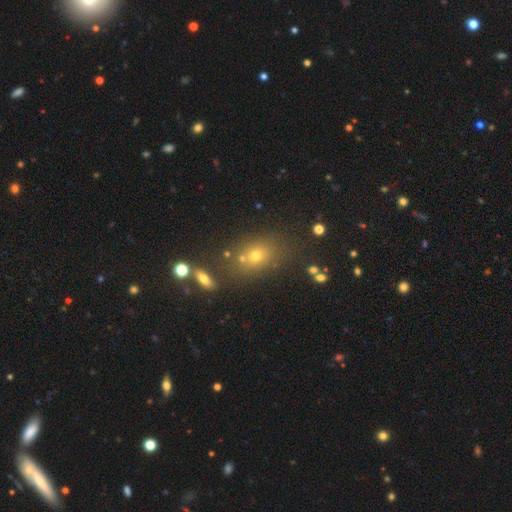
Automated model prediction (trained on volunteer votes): Smooth or featured? smooth (64%)
How rounded? in between (56%)
Merging? none (68%)